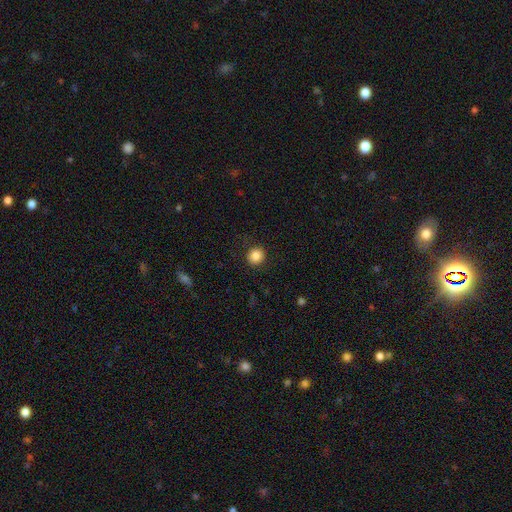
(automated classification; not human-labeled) smooth 86%, star or artifact 10%, featured or disk 4%. Down the decision tree: how rounded — round (90%); merging — none (89%).